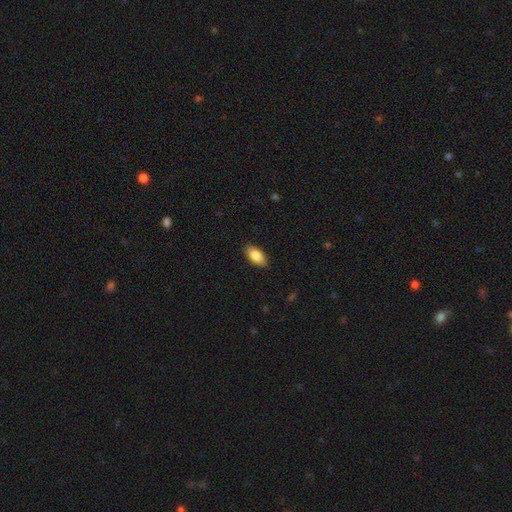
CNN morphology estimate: Overall: smooth (85%). How rounded: in between (91%). Merging: none (89%).